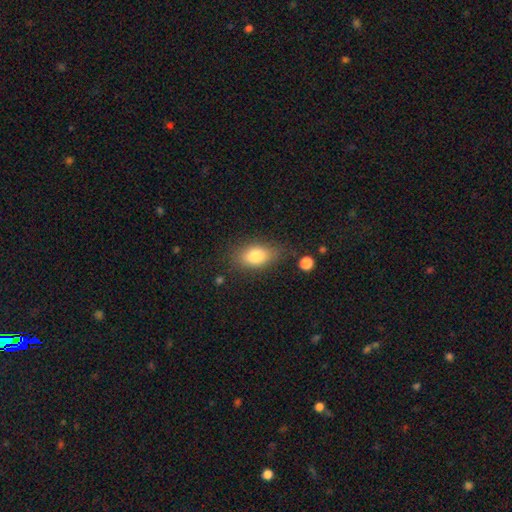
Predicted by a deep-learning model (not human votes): Smooth or featured: smooth — 81% (featured or disk — 11%)
How rounded: in between — 85% (round — 10%)
Merging: none — 72% (minor disturbance — 19%)